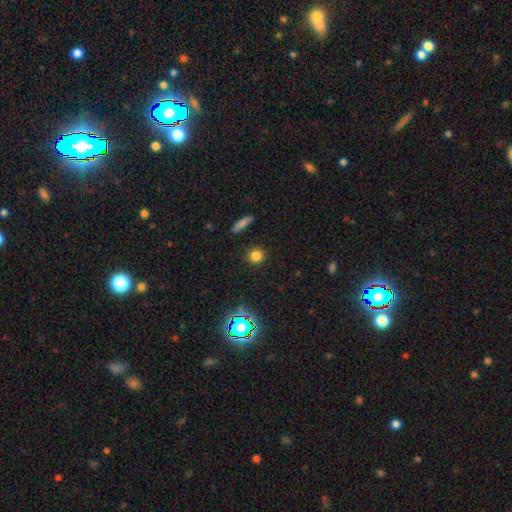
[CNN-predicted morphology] Smooth or featured?
  - smooth: 80% *
  - star or artifact: 15%
  - featured or disk: 5%
How rounded?
  - round: 82% *
  - in between: 16%
  - cigar-shaped: 2%
Merging?
  - none: 90% *
  - minor disturbance: 7%
  - major disturbance: 2%
  - merger: 2%